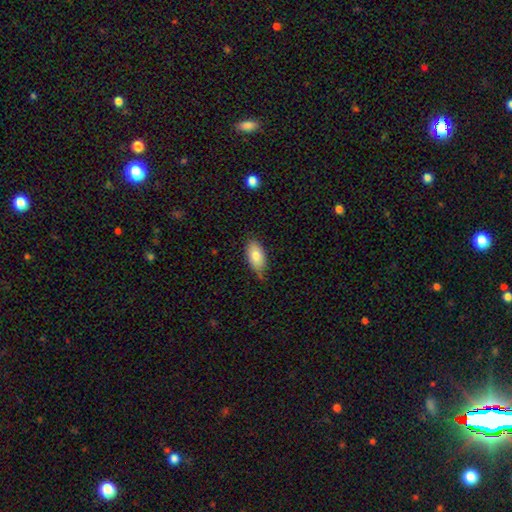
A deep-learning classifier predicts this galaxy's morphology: A smooth galaxy with no disk features (80%) that is in between round and cigar-shaped (92%).

Vote fractions:
- Smooth or featured? smooth: 80% / featured or disk: 13% / star or artifact: 7%
- How rounded? in between: 92% / cigar-shaped: 4% / round: 3%
- Merging? none: 63% / minor disturbance: 30% / major disturbance: 5% / merger: 2%